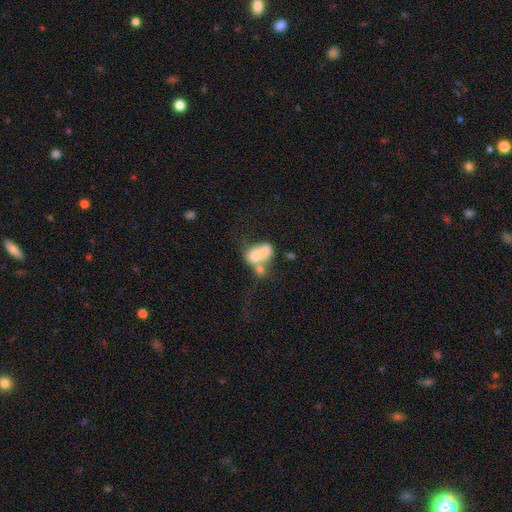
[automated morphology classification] The model was most divided on "how rounded": in between: 61%, round: 37%, cigar-shaped: 2%. More confident: merging — merger (67%); smooth or featured — smooth (58%).